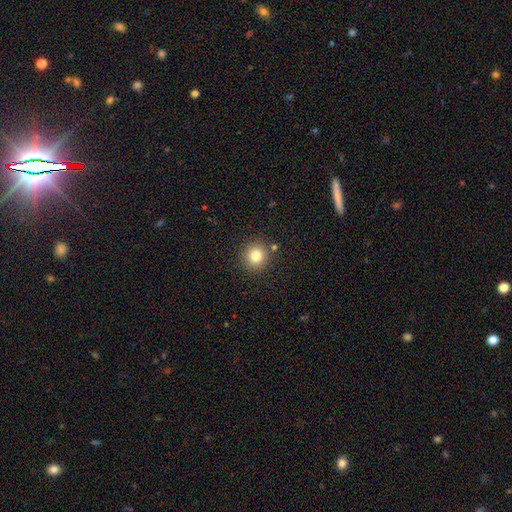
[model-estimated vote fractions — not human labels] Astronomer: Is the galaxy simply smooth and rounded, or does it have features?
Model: smooth — 81%.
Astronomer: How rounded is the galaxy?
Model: round — 92%.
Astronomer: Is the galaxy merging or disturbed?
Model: none — 87%.